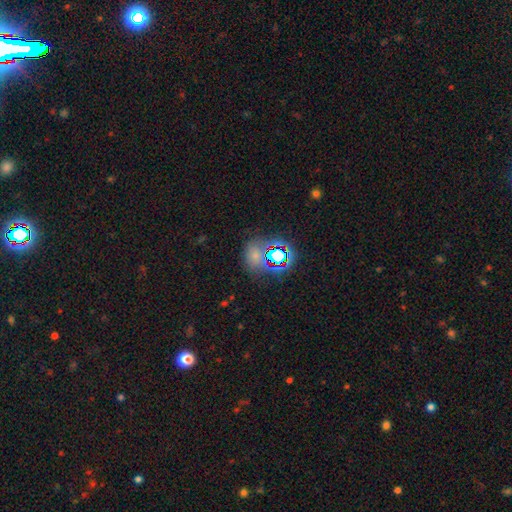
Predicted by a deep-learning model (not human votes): Smooth or featured? smooth (48%)
Merging? none (68%)